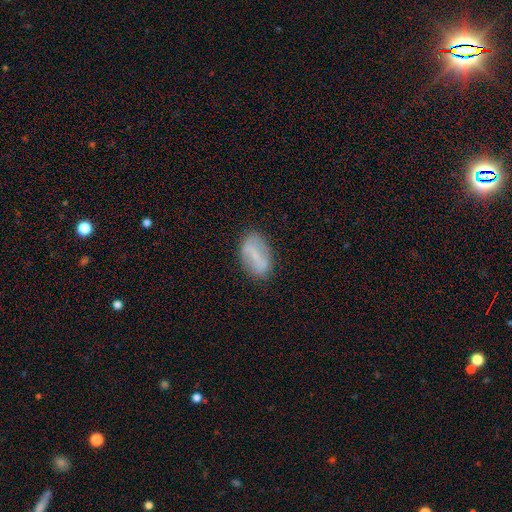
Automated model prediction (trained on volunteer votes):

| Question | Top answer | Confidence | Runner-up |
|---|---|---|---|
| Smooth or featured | smooth | 49% | featured or disk (43%) |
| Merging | none | 79% | minor disturbance (15%) |